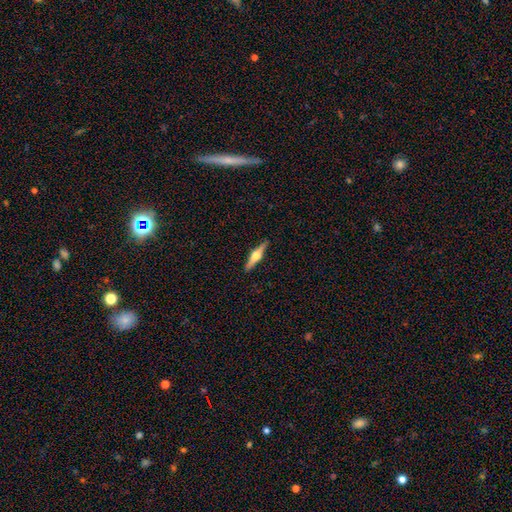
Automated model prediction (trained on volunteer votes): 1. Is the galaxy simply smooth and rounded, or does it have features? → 70% featured or disk, 25% smooth, 5% star or artifact.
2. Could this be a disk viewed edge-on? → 98% yes, 2% no.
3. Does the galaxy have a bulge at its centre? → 94% rounded, 4% boxy, 2% none.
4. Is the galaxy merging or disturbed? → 91% none, 7% minor disturbance, 2% major disturbance, 1% merger.